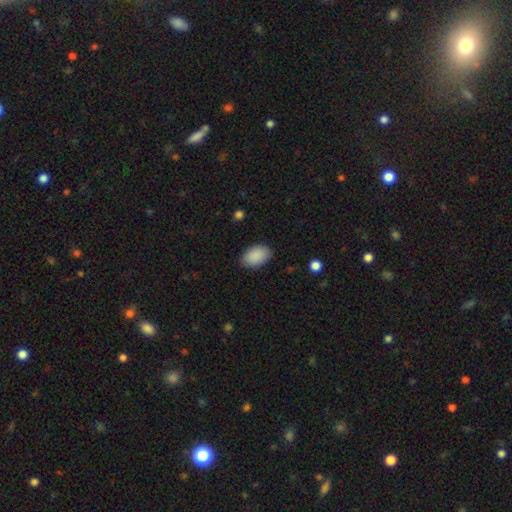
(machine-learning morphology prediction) This appears to be a smooth galaxy with no disk features (90%) that is in between round and cigar-shaped (92%). Merging: none (86%).